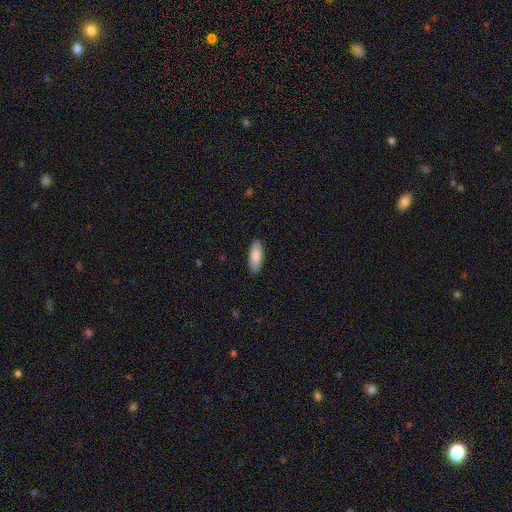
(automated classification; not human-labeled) smooth 86%, featured or disk 8%, star or artifact 5%. Down the decision tree: how rounded — in between (76%); merging — none (88%).